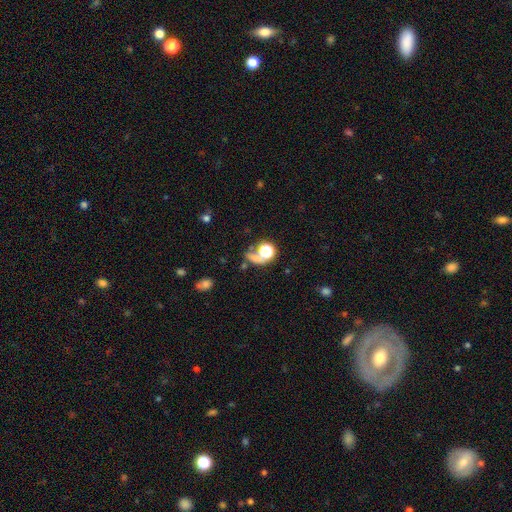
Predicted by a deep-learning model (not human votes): smooth-or-featured: smooth: 48% | star or artifact: 39% | featured or disk: 13%
  merging: none: 53% | merger: 22% | major disturbance: 13% | minor disturbance: 12%